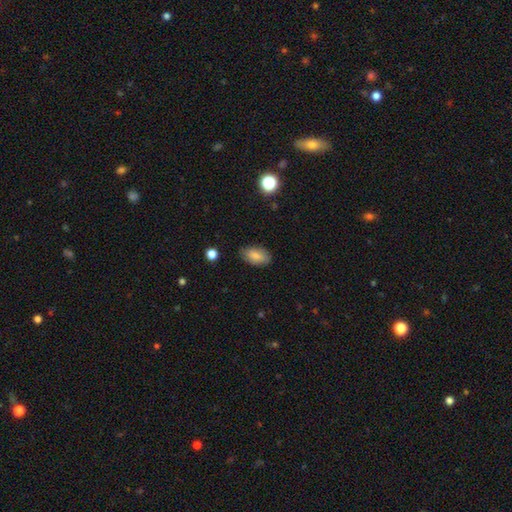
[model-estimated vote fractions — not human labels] Morphology: type=smooth (82%); roundness=in between (92%); merging=none (83%).